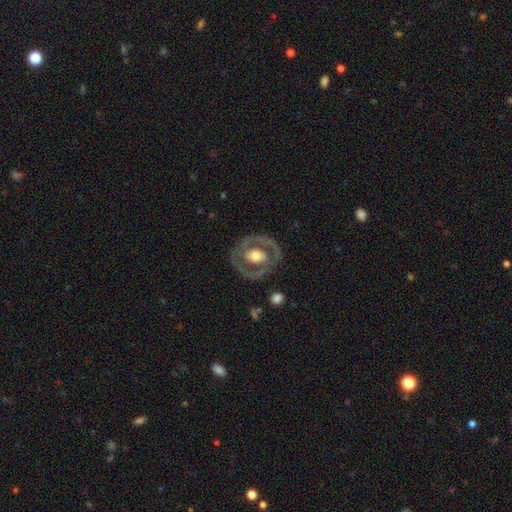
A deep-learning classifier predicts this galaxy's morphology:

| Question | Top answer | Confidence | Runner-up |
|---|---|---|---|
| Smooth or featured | featured or disk | 68% | smooth (27%) |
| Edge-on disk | no | 95% | yes (5%) |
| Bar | no | 65% | weak (22%) |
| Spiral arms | no | 71% | yes (29%) |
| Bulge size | moderate | 60% | large (29%) |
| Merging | none | 76% | minor disturbance (14%) |